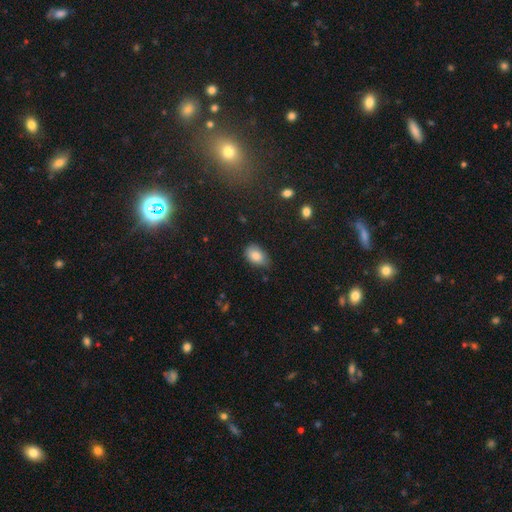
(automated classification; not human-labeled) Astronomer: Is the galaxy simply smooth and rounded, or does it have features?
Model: smooth — 84%.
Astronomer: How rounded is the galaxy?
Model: in between — 89%.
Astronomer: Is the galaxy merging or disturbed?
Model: none — 69%.